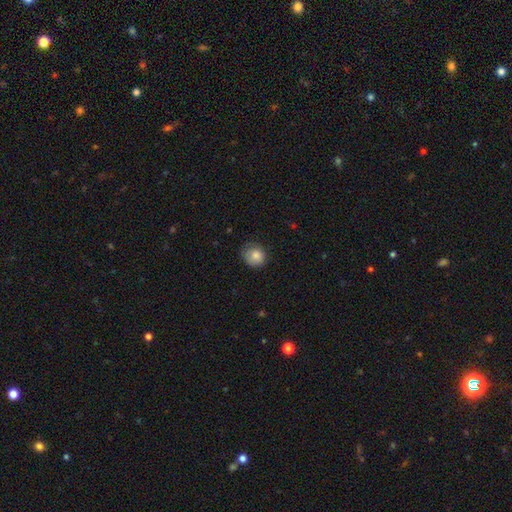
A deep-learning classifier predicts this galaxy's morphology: smooth-or-featured: smooth: 81% | featured or disk: 11% | star or artifact: 8%
  how-rounded: round: 76% | in between: 23% | cigar-shaped: 1%
  merging: none: 69% | minor disturbance: 24% | major disturbance: 6% | merger: 1%